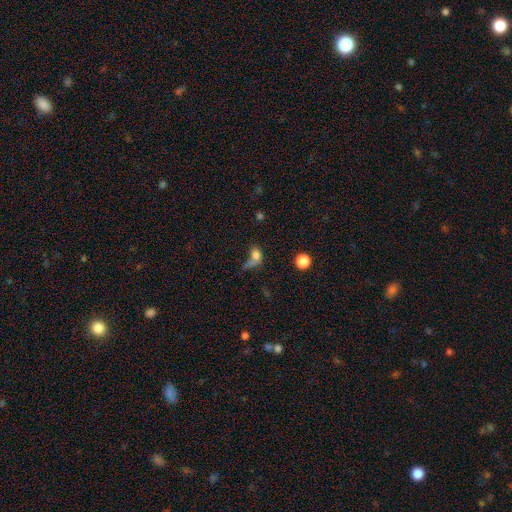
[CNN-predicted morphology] A smooth galaxy with no disk features (69%) that is in between round and cigar-shaped (55%).

Vote fractions:
- Smooth or featured? smooth: 69% / featured or disk: 16% / star or artifact: 14%
- How rounded? in between: 55% / round: 40% / cigar-shaped: 6%
- Merging? major disturbance: 35% / none: 26% / merger: 22% / minor disturbance: 17%